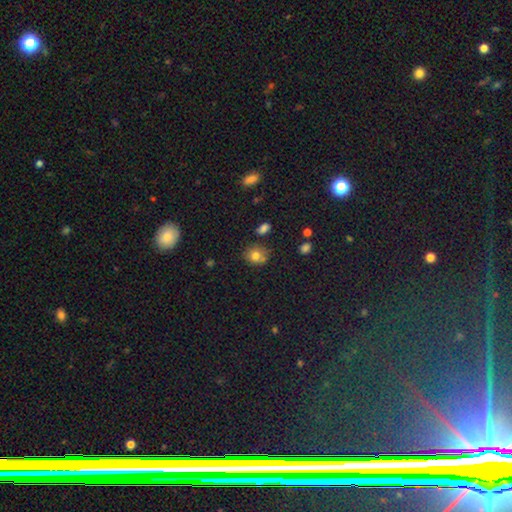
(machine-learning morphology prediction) Overall: smooth (77%). How rounded: round (71%). Merging: none (68%).